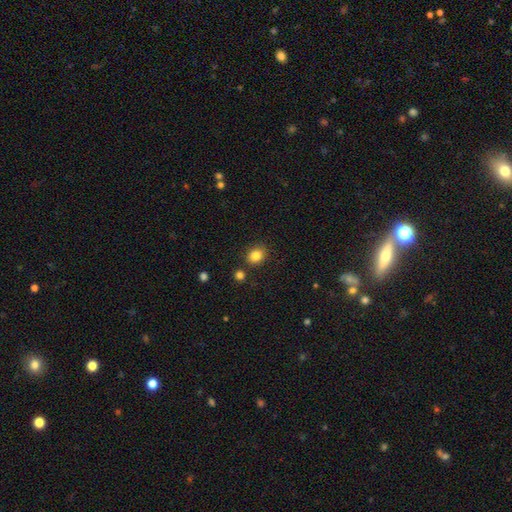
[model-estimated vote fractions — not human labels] A smooth galaxy with no disk features (84%) that is round (56%).

Vote fractions:
- Smooth or featured? smooth: 84% / star or artifact: 10% / featured or disk: 6%
- How rounded? round: 56% / in between: 43% / cigar-shaped: 1%
- Merging? none: 81% / minor disturbance: 10% / merger: 5% / major disturbance: 3%